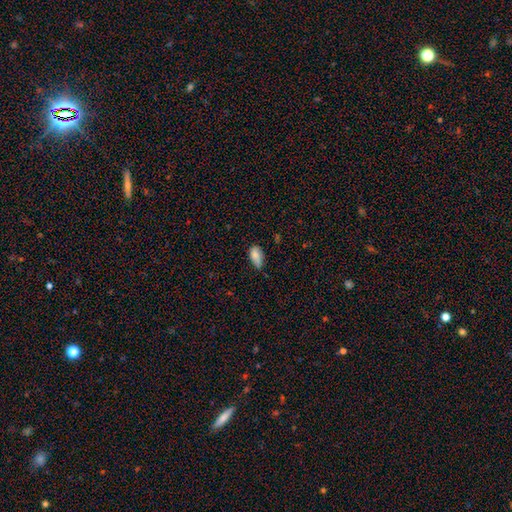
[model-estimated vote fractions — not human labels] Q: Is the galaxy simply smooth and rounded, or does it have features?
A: smooth — 82%.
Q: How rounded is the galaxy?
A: in between — 91%.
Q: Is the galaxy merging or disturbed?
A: none — 44%.